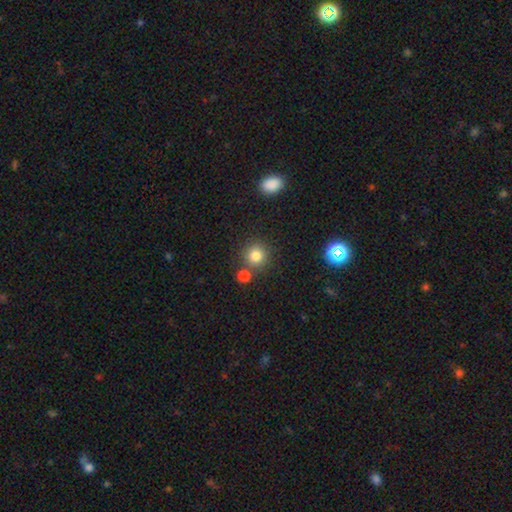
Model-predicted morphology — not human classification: smooth-or-featured: smooth: 81% | star or artifact: 12% | featured or disk: 6%
  how-rounded: round: 92% | in between: 7% | cigar-shaped: 1%
  merging: none: 77% | merger: 12% | minor disturbance: 8% | major disturbance: 3%